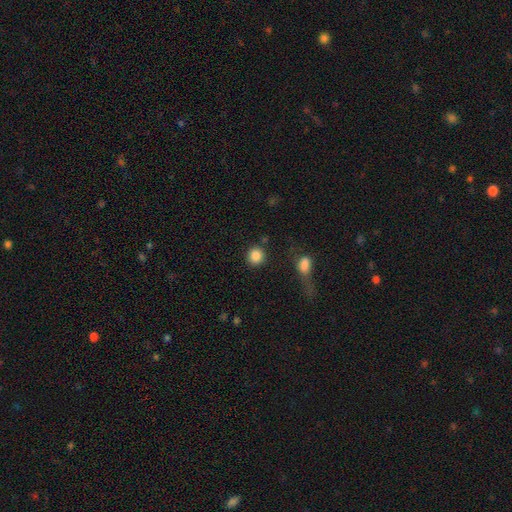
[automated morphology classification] type=smooth (86%); roundness=round (91%); merging=none (84%).